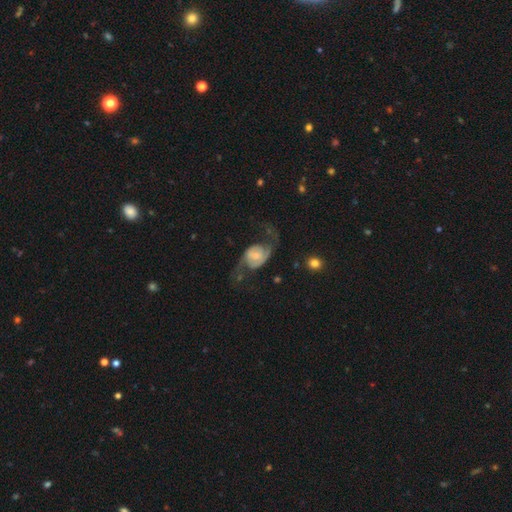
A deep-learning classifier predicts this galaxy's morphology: Smooth or featured? featured or disk (79%)
Edge-on disk? no (96%)
Bar? no (60%)
Spiral arms? yes (92%)
Spiral winding? loose (64%)
Spiral arm count? 2 (90%)
Bulge size? small (48%)
Merging? none (50%)